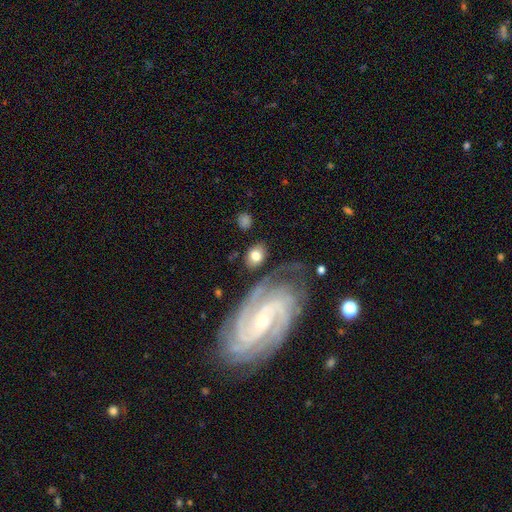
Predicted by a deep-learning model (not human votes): Smooth or featured?
  - smooth: 68% *
  - featured or disk: 25%
  - star or artifact: 6%
How rounded?
  - in between: 69% *
  - round: 28%
  - cigar-shaped: 2%
Merging?
  - none: 70% *
  - minor disturbance: 15%
  - merger: 8%
  - major disturbance: 7%